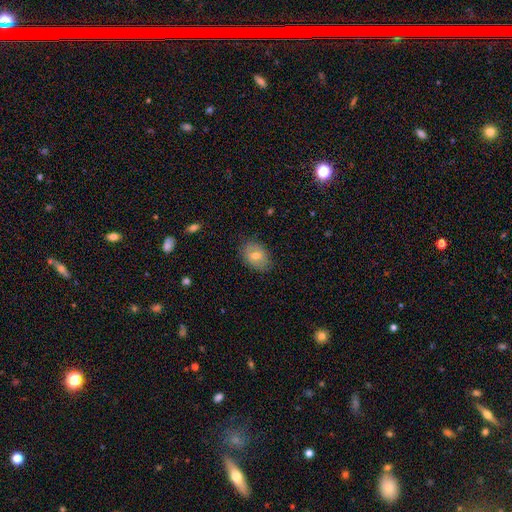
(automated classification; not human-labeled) This is likely a smooth galaxy (66%). How rounded: likely in between (77%). Merging: clearly none (82%).